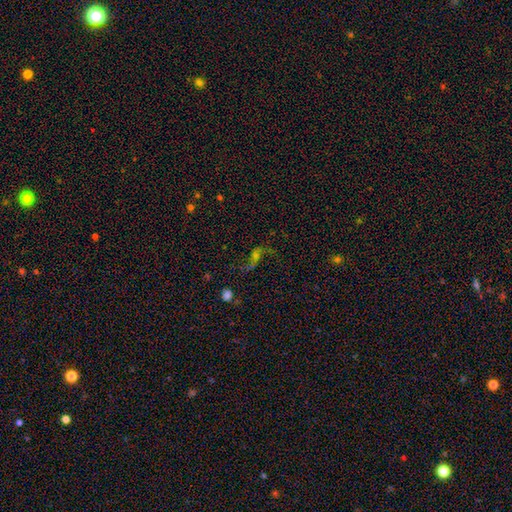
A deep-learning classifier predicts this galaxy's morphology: smooth_or_featured: featured or disk (p=0.54) [alt: star or artifact p=0.26]
disk_edge_on: no (p=0.92) [alt: yes p=0.08]
merging: none (p=0.57) [alt: major disturbance p=0.21]